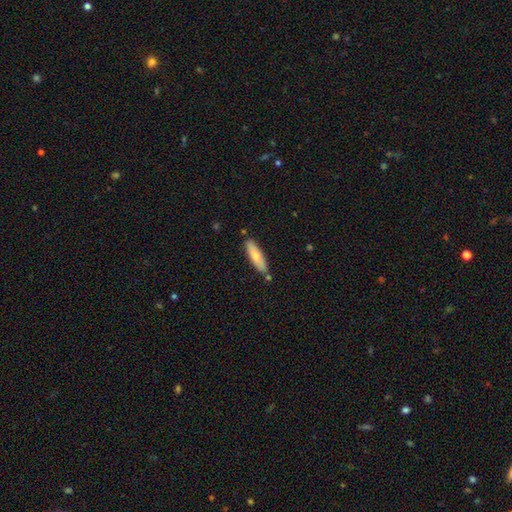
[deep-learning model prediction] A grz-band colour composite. It shows a smooth galaxy with no disk features (68%) that is cigar-shaped (66%). Merging: none (78%).